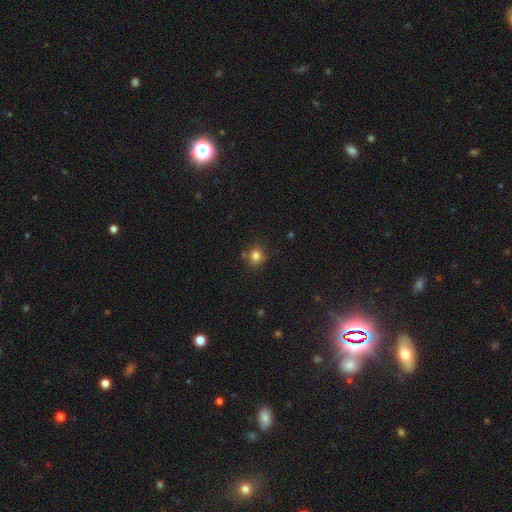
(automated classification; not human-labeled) Smooth or featured: smooth — 81% (star or artifact — 13%)
How rounded: round — 81% (in between — 18%)
Merging: none — 76% (minor disturbance — 13%)